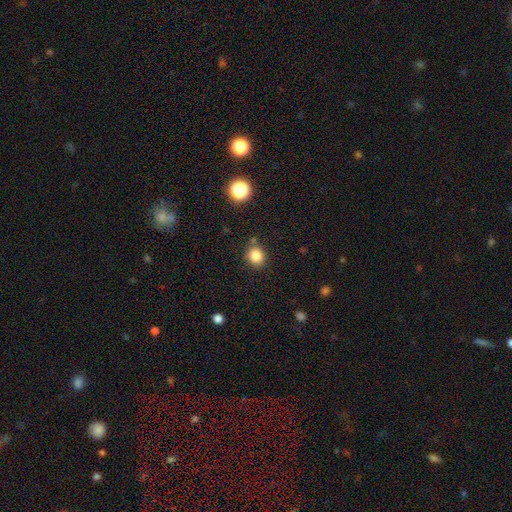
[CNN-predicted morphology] smooth_or_featured: smooth (p=0.84) [alt: star or artifact p=0.12]
how_rounded: round (p=0.82) [alt: in between p=0.17]
merging: none (p=0.81) [alt: minor disturbance p=0.11]